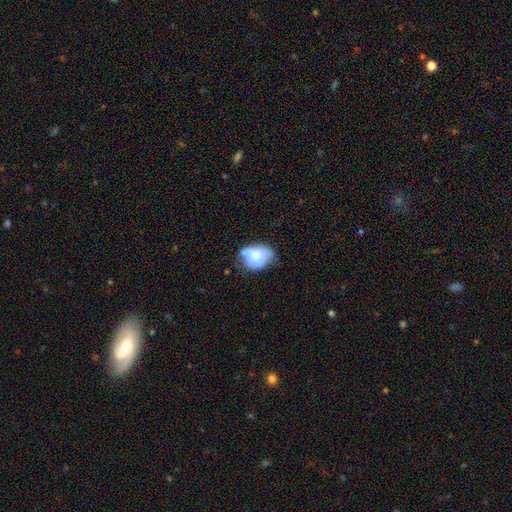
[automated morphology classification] type=smooth (65%); roundness=in between (66%); merging=none (40%).